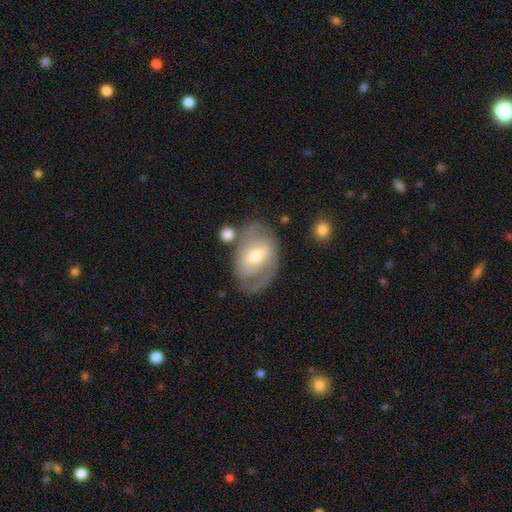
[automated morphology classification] Q: Smooth or featured?
A: featured or disk (68%); runner-up: smooth (25%)
Q: Edge-on disk?
A: no (94%); runner-up: yes (6%)
Q: Bar?
A: weak (47%); runner-up: no (29%)
Q: Spiral arms?
A: yes (77%); runner-up: no (23%)
Q: Bulge size?
A: moderate (59%); runner-up: small (35%)
Q: Merging?
A: none (66%); runner-up: minor disturbance (18%)